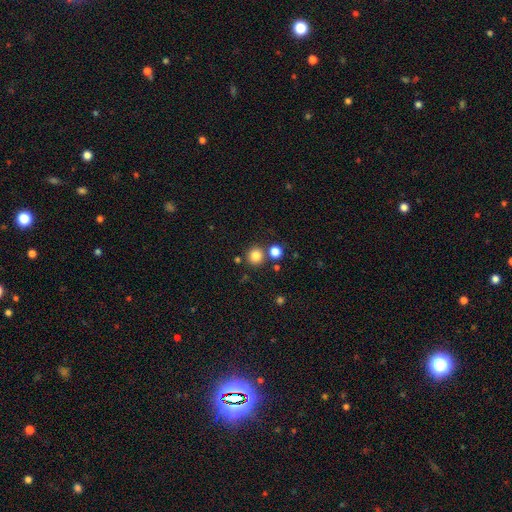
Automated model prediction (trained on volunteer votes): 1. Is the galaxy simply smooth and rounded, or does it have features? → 82% smooth, 13% star or artifact, 5% featured or disk.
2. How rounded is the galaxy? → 93% round, 6% in between, 1% cigar-shaped.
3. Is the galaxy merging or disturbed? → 79% none, 12% merger, 7% minor disturbance, 3% major disturbance.